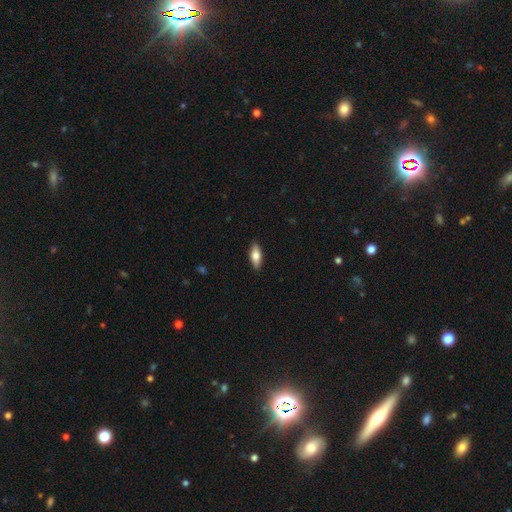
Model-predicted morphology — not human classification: This is likely a smooth galaxy (71%). How rounded: likely in between (73%). Merging: clearly none (89%).